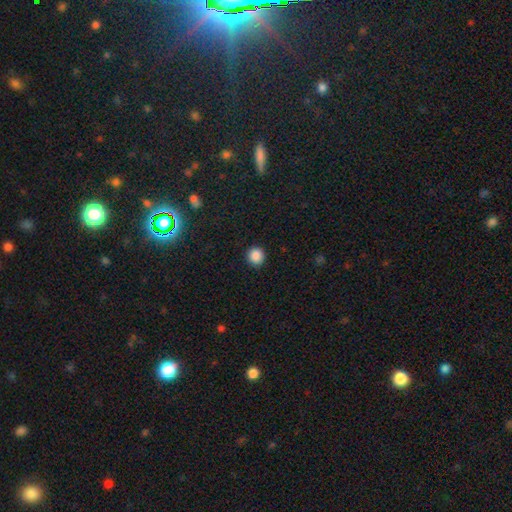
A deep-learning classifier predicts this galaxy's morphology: type=smooth (87%); roundness=round (91%); merging=none (91%).